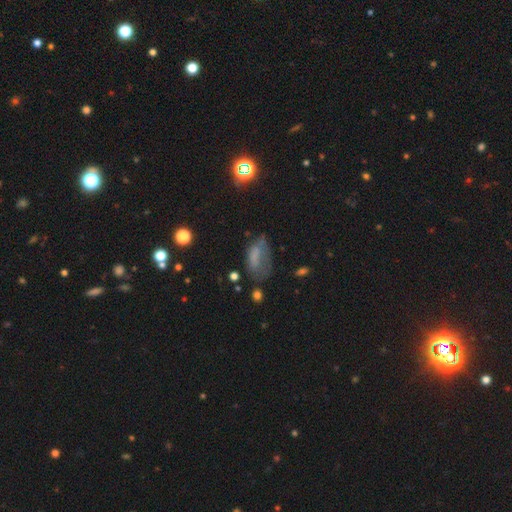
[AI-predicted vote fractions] The model was most divided on "merging": none: 36%, major disturbance: 32%, minor disturbance: 28%, merger: 4%. More confident: how rounded — in between (85%); smooth or featured — smooth (55%).